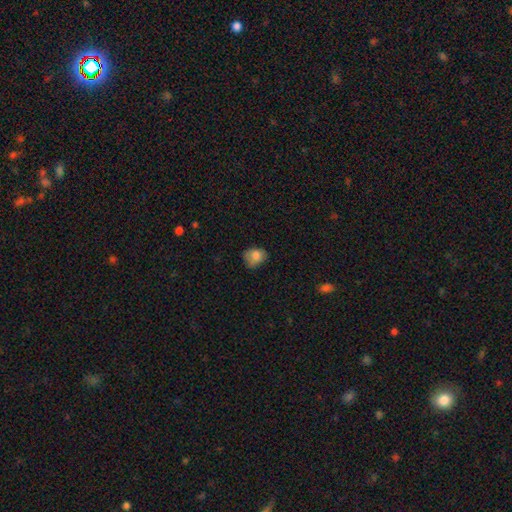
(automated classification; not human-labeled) smooth 79%, featured or disk 11%, star or artifact 9%. Down the decision tree: how rounded — in between (52%); merging — none (55%).